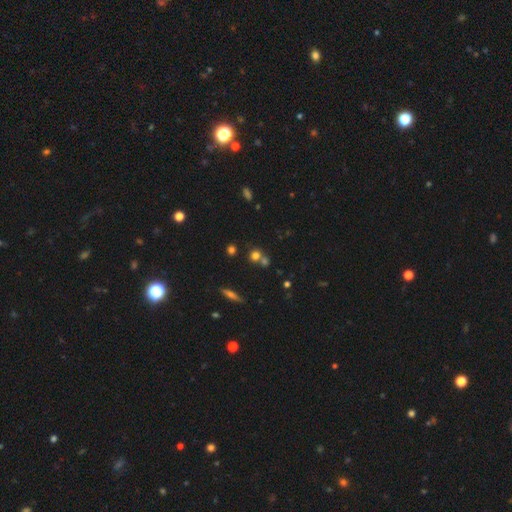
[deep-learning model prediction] smooth 69%, star or artifact 19%, featured or disk 12%. Down the decision tree: how rounded — round (82%); merging — none (54%).